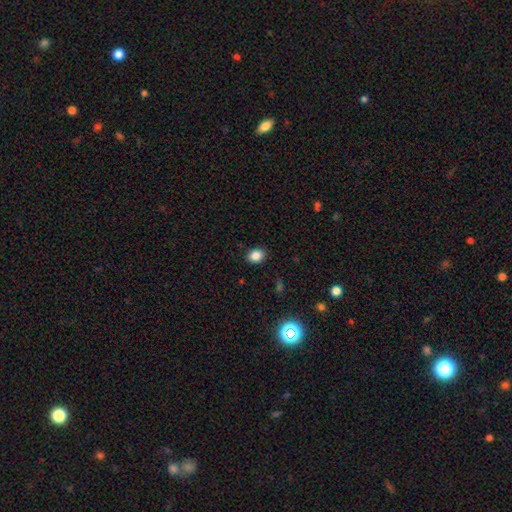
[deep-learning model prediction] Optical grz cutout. It shows a smooth galaxy with no disk features (86%) that is in between round and cigar-shaped (52%). Merging: none (89%).